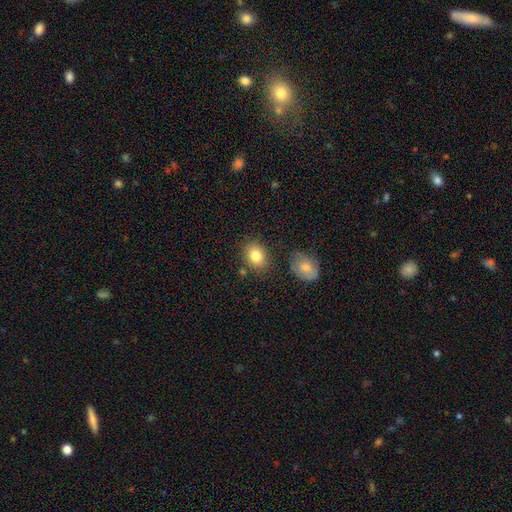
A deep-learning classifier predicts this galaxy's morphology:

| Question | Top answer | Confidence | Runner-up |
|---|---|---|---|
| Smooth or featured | smooth | 83% | featured or disk (9%) |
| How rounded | in between | 70% | round (29%) |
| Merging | none | 77% | minor disturbance (13%) |